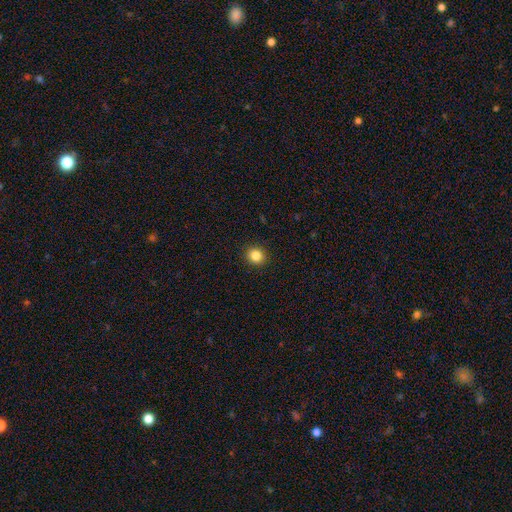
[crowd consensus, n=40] Q: Smooth or featured?
A: smooth (92%); runner-up: star or artifact (8%)
Q: How rounded?
A: round (84%); runner-up: in between (16%)
Q: Merging?
A: none (97%); runner-up: minor disturbance (3%)